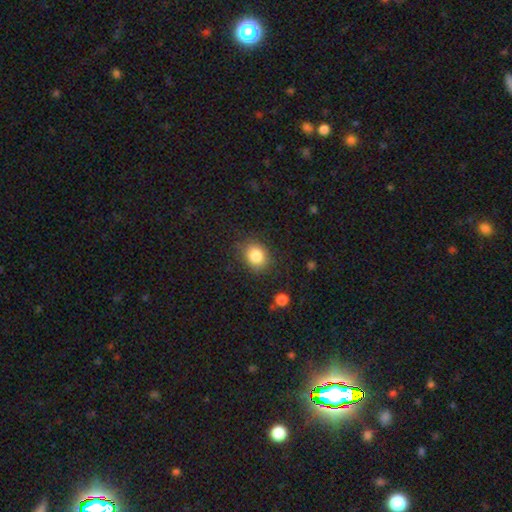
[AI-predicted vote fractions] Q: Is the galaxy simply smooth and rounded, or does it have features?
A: smooth — 85%.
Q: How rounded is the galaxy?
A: round — 59%.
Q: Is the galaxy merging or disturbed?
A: none — 82%.